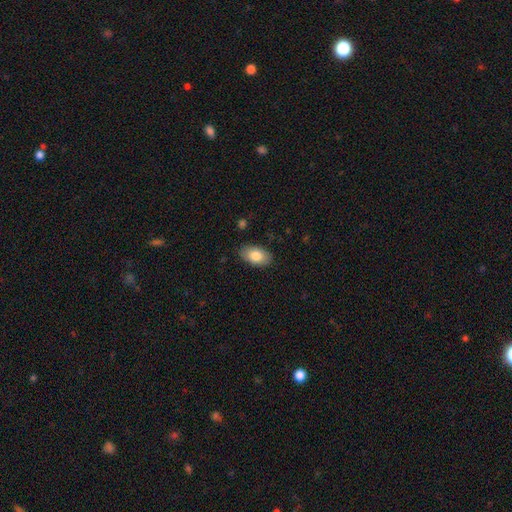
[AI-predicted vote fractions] The model was most divided on "smooth or featured": smooth: 83%, featured or disk: 11%, star or artifact: 6%. More confident: how rounded — in between (94%); merging — none (86%).